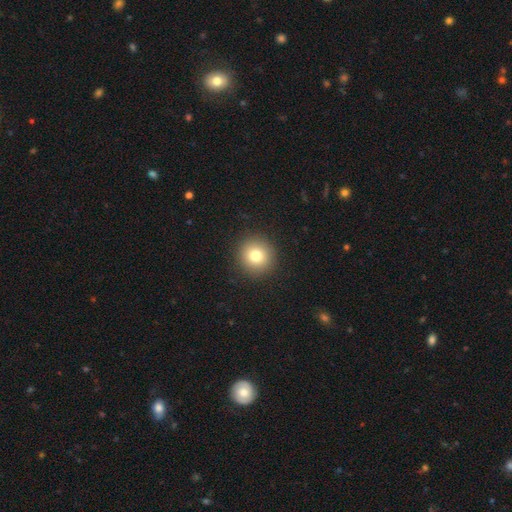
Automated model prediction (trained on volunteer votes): A smooth galaxy with no disk features (79%) that is round (93%).

Vote fractions:
- Smooth or featured? smooth: 79% / star or artifact: 11% / featured or disk: 9%
- How rounded? round: 93% / in between: 6% / cigar-shaped: 1%
- Merging? none: 92% / minor disturbance: 5% / major disturbance: 2% / merger: 1%